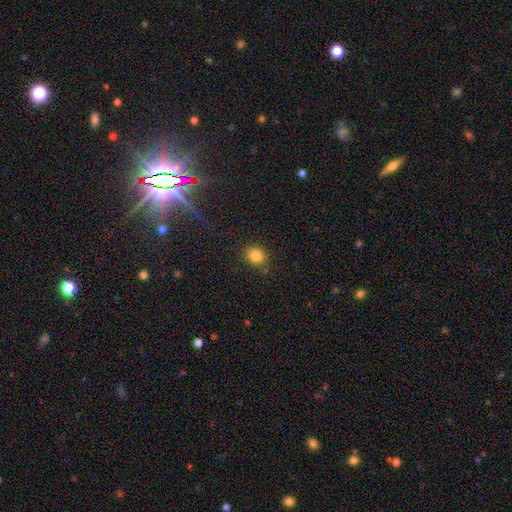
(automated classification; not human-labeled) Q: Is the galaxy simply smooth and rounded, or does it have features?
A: smooth — 83%.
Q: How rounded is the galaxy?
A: round — 58%.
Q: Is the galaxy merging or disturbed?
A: none — 80%.